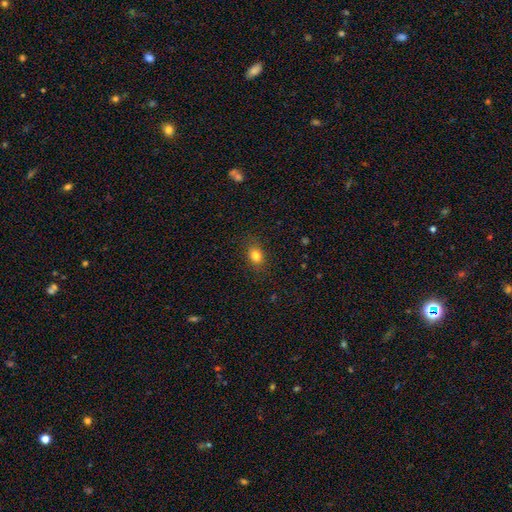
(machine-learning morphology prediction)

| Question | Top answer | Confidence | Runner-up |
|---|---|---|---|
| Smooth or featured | smooth | 81% | star or artifact (12%) |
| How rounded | in between | 57% | round (42%) |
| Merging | none | 86% | minor disturbance (10%) |